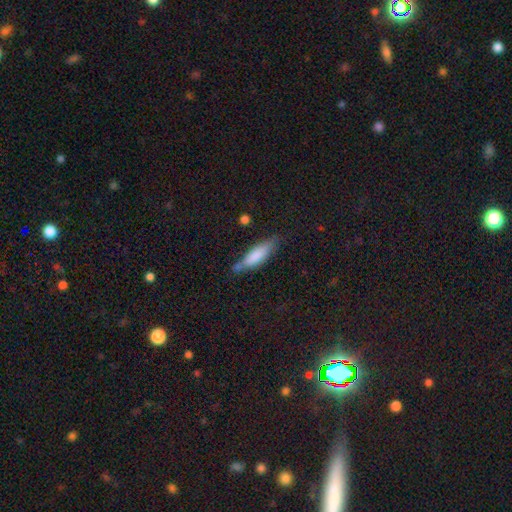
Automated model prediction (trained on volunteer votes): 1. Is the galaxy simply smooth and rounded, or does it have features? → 74% smooth, 19% featured or disk, 7% star or artifact.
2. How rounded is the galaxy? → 61% cigar-shaped, 37% in between, 2% round.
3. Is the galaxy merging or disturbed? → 60% none, 26% minor disturbance, 8% merger, 7% major disturbance.